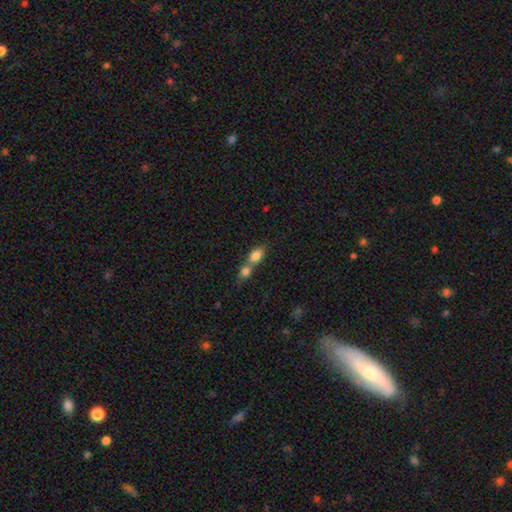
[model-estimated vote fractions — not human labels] Smooth or featured?
  - smooth: 79% *
  - featured or disk: 12%
  - star or artifact: 9%
How rounded?
  - in between: 70% *
  - round: 26%
  - cigar-shaped: 5%
Merging?
  - merger: 69% *
  - none: 22%
  - minor disturbance: 6%
  - major disturbance: 3%